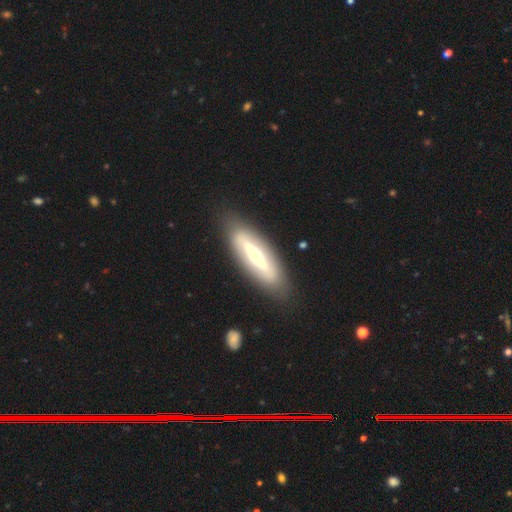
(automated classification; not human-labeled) featured or disk 64%, smooth 31%, star or artifact 5%. Down the decision tree: edge-on disk — no (63%); merging — none (82%).